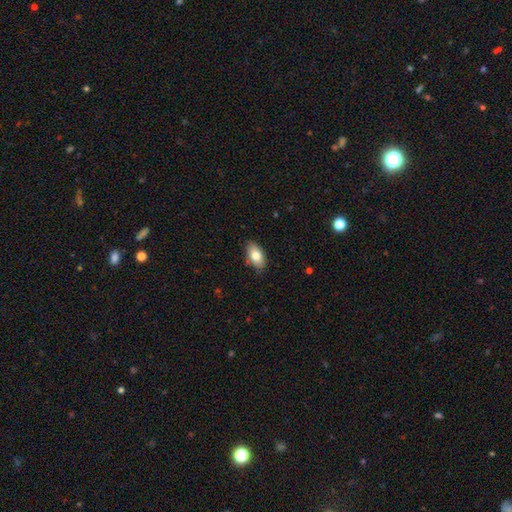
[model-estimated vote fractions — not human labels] Overall: smooth (80%). How rounded: in between (92%). Merging: none (82%).